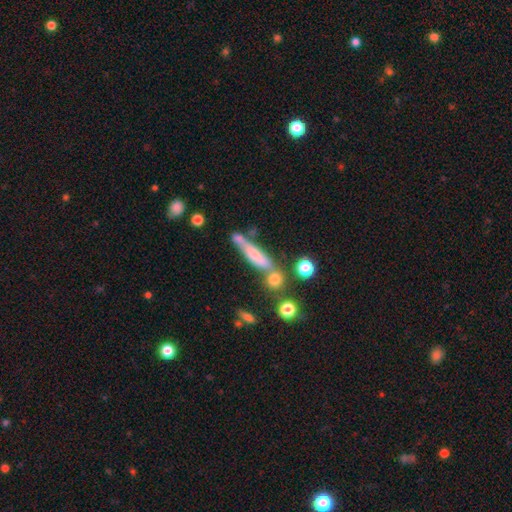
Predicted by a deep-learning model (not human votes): The model was most divided on "smooth or featured": smooth: 54%, featured or disk: 37%, star or artifact: 9%. More confident: how rounded — cigar-shaped (81%); merging — none (52%).